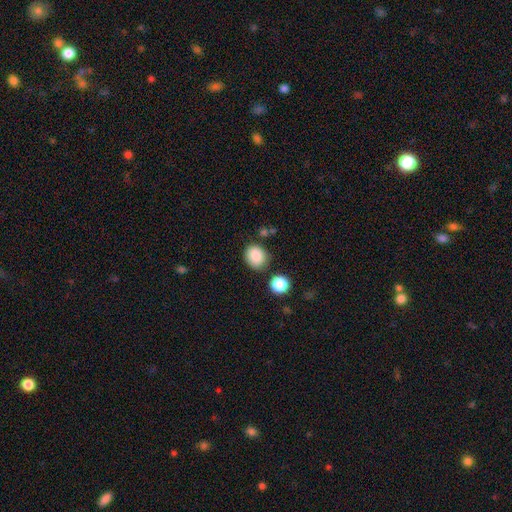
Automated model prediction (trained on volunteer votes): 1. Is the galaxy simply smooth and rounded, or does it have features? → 86% smooth, 9% star or artifact, 5% featured or disk.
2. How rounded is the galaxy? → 73% round, 26% in between, 1% cigar-shaped.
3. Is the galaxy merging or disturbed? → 77% none, 13% minor disturbance, 6% merger, 4% major disturbance.